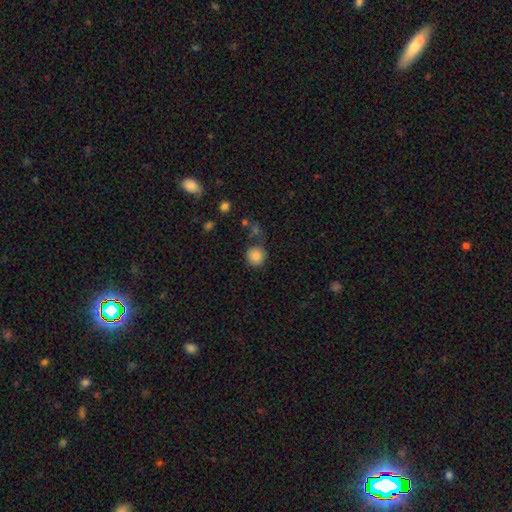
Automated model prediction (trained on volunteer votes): Smooth or featured? smooth (86%)
How rounded? round (91%)
Merging? none (76%)